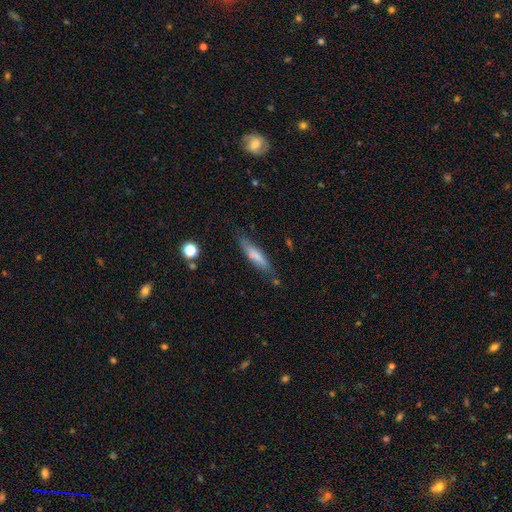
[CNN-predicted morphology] Smooth or featured? Predicted: smooth (p=0.72). How rounded? Predicted: cigar-shaped (p=0.77). Merging? Predicted: none (p=0.74).